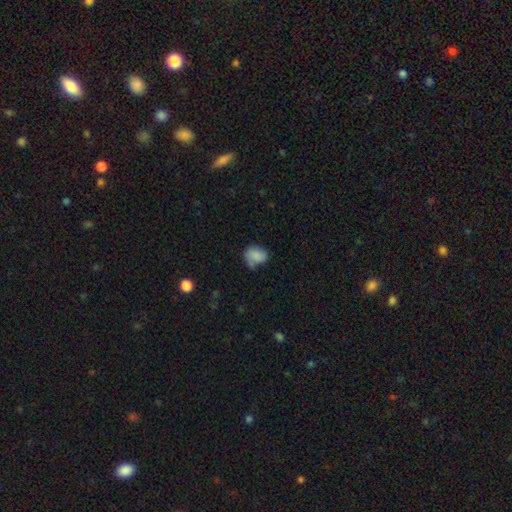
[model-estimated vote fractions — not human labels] Overall: smooth (77%). How rounded: in between (51%; round 48%). Merging: none (50%; minor disturbance 33%).